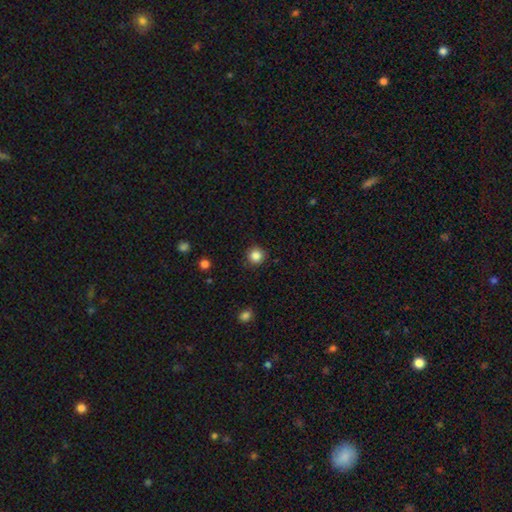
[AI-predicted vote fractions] smooth_or_featured: smooth (p=0.85) [alt: star or artifact p=0.11]
how_rounded: round (p=0.95) [alt: in between p=0.04]
merging: none (p=0.90) [alt: minor disturbance p=0.06]